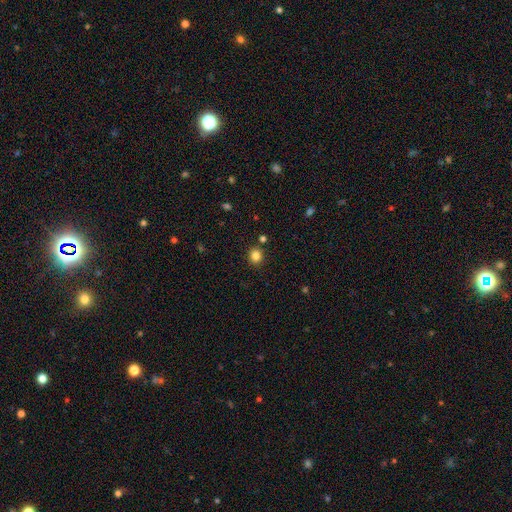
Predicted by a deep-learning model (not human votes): Smooth or featured? smooth (83%)
How rounded? round (83%)
Merging? none (87%)